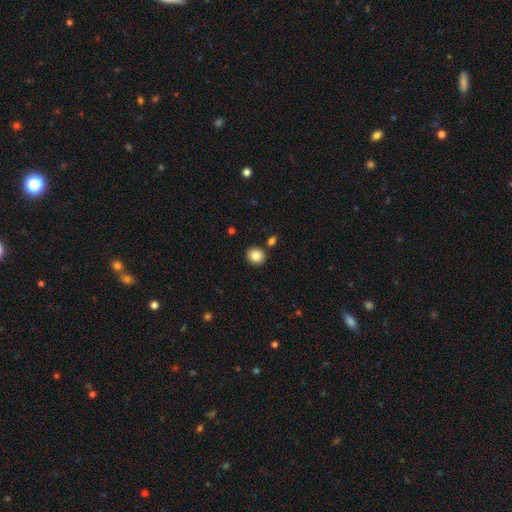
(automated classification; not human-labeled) A smooth galaxy with no disk features (85%) that is round (81%). Merging: none (86%).